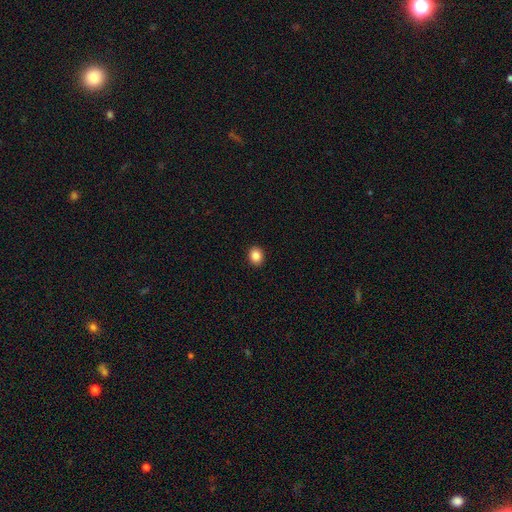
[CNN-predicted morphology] smooth_or_featured: smooth (p=0.86) [alt: star or artifact p=0.10]
how_rounded: round (p=0.61) [alt: in between p=0.38]
merging: none (p=0.92) [alt: minor disturbance p=0.05]